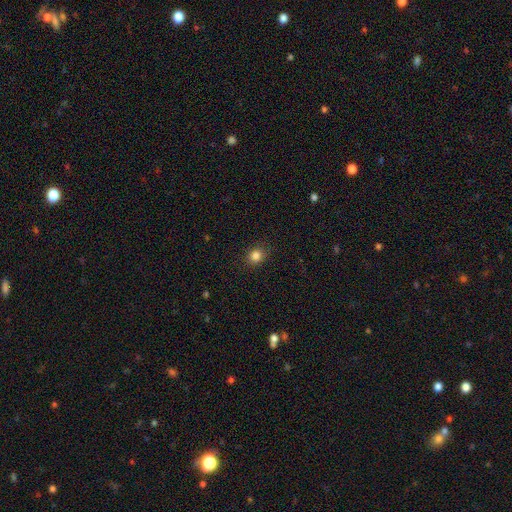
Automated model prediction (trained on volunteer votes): The model was most divided on "how rounded": round: 74%, in between: 25%, cigar-shaped: 1%. More confident: merging — none (89%); smooth or featured — smooth (84%).